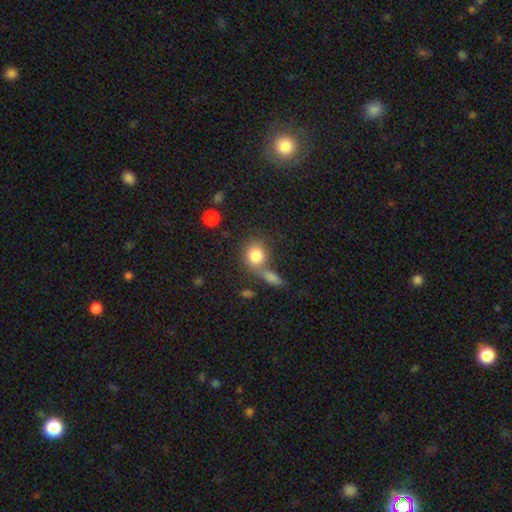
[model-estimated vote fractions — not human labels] Smooth or featured?
  - smooth: 81% *
  - featured or disk: 10%
  - star or artifact: 9%
How rounded?
  - round: 75% *
  - in between: 23%
  - cigar-shaped: 2%
Merging?
  - none: 48% *
  - merger: 33%
  - minor disturbance: 12%
  - major disturbance: 7%